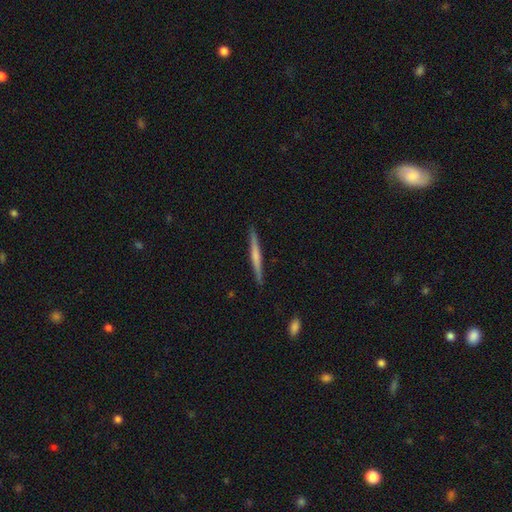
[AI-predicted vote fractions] smooth_or_featured: featured or disk (p=0.54) [alt: smooth p=0.41]
disk_edge_on: yes (p=0.98) [alt: no p=0.02]
edge_on_bulge: none (p=0.52) [alt: rounded p=0.36]
merging: none (p=0.91) [alt: minor disturbance p=0.06]